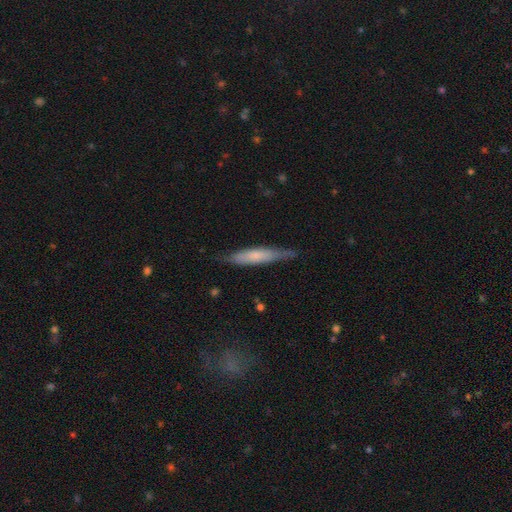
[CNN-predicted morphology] A smooth galaxy with no disk features (59%) that is cigar-shaped (88%). Merging: none (76%).